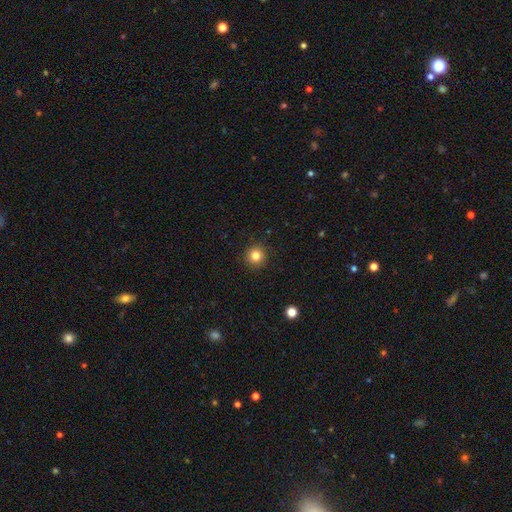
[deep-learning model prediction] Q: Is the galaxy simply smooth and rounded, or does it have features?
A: smooth — 83%.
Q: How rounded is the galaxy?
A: round — 95%.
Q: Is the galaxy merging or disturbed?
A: none — 92%.